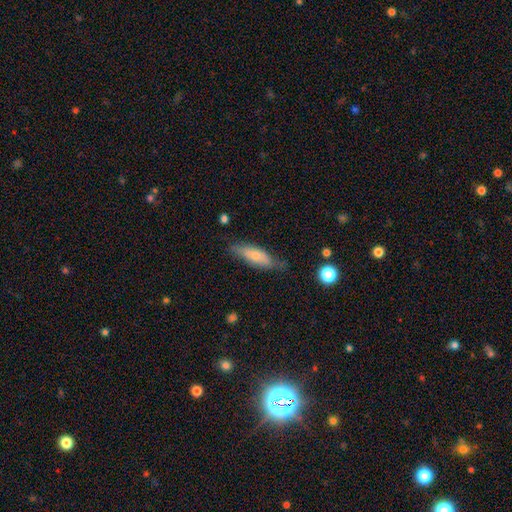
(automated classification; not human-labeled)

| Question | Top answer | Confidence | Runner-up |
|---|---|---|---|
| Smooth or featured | smooth | 65% | featured or disk (28%) |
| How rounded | in between | 51% | cigar-shaped (47%) |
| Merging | none | 65% | minor disturbance (26%) |